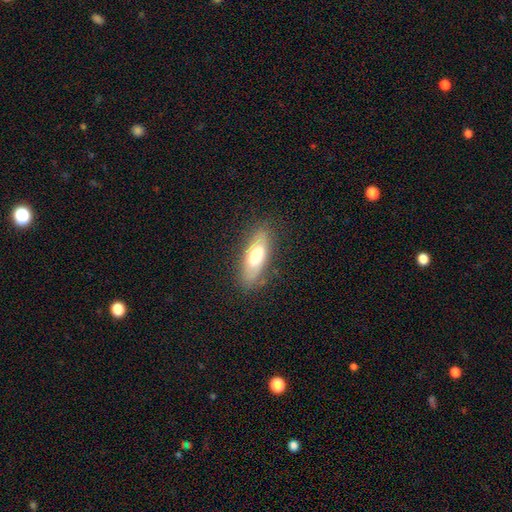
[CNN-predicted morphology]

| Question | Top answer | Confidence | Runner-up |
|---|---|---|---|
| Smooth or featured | smooth | 66% | featured or disk (28%) |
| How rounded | in between | 64% | cigar-shaped (33%) |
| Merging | none | 80% | minor disturbance (15%) |